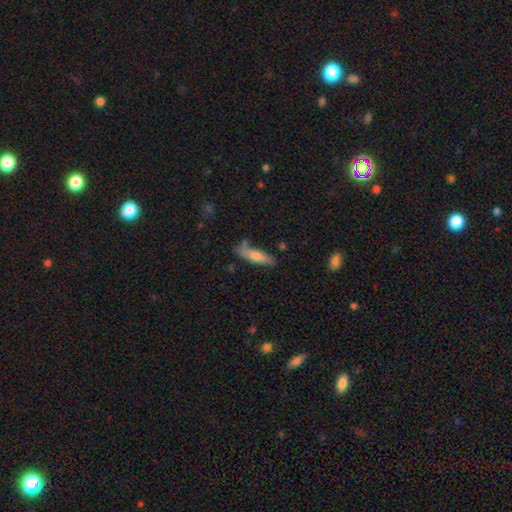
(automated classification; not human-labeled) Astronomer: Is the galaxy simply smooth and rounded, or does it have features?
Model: smooth — 69%.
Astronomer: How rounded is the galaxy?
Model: cigar-shaped — 68%.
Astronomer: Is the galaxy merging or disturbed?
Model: none — 68%.